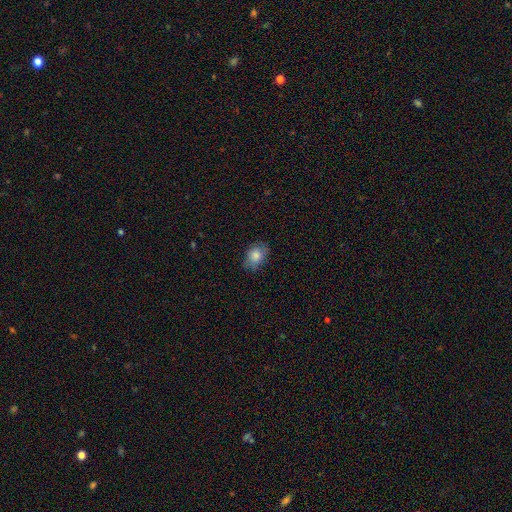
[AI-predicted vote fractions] Q: Smooth or featured?
A: smooth (82%); runner-up: featured or disk (10%)
Q: How rounded?
A: in between (72%); runner-up: round (27%)
Q: Merging?
A: none (74%); runner-up: minor disturbance (21%)